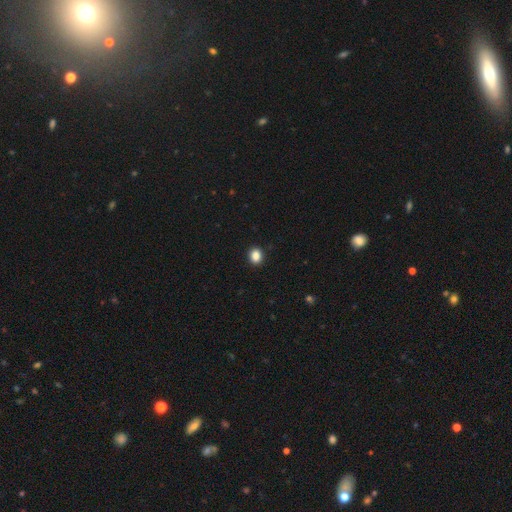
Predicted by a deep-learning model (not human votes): Q: Smooth or featured?
A: smooth (87%); runner-up: star or artifact (10%)
Q: How rounded?
A: round (56%); runner-up: in between (43%)
Q: Merging?
A: none (92%); runner-up: minor disturbance (5%)